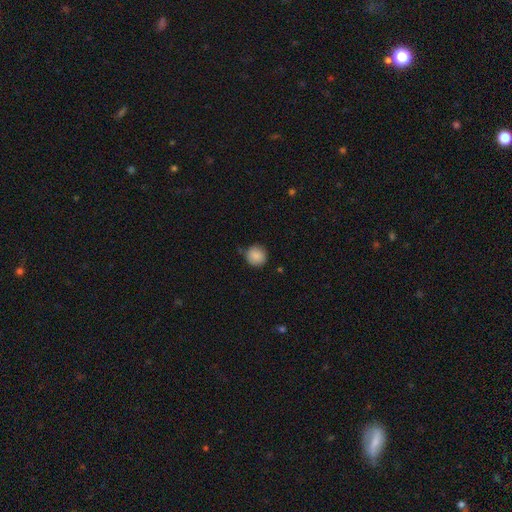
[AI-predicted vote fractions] smooth_or_featured: smooth (p=0.88) [alt: star or artifact p=0.08]
how_rounded: round (p=0.92) [alt: in between p=0.07]
merging: none (p=0.82) [alt: minor disturbance p=0.13]